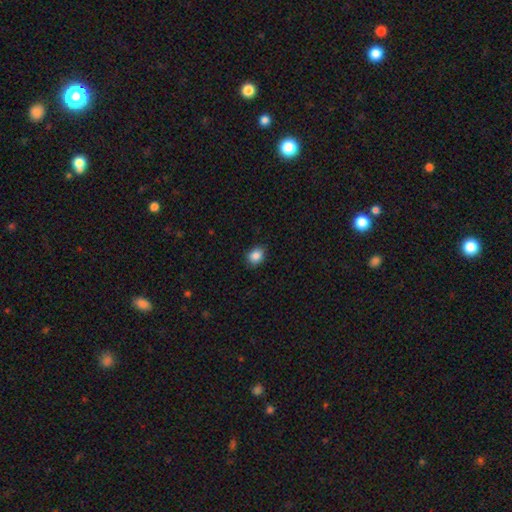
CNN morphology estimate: Smooth or featured?
  - smooth: 87% *
  - star or artifact: 9%
  - featured or disk: 4%
How rounded?
  - round: 54% *
  - in between: 45%
  - cigar-shaped: 1%
Merging?
  - none: 87% *
  - minor disturbance: 10%
  - major disturbance: 2%
  - merger: 1%